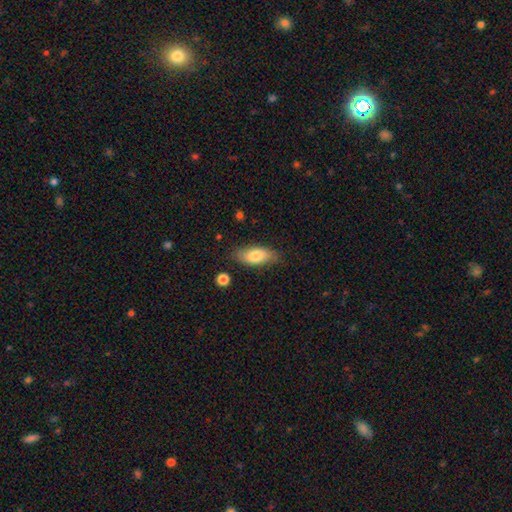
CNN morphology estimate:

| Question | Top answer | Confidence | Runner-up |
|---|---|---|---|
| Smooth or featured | smooth | 78% | featured or disk (16%) |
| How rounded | in between | 83% | cigar-shaped (14%) |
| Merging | none | 78% | minor disturbance (16%) |